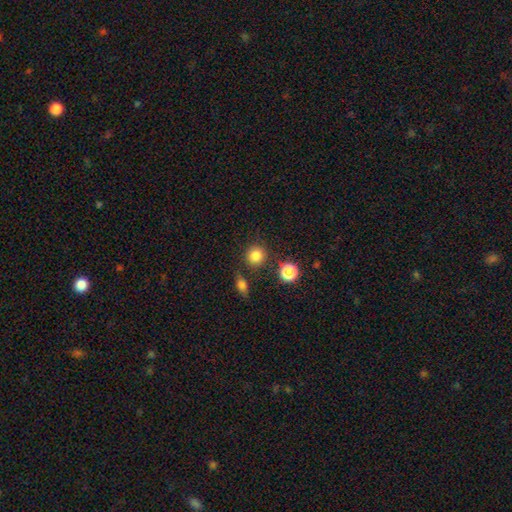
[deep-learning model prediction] smooth_or_featured: smooth (p=0.83) [alt: star or artifact p=0.12]
how_rounded: round (p=0.90) [alt: in between p=0.09]
merging: none (p=0.82) [alt: minor disturbance p=0.09]